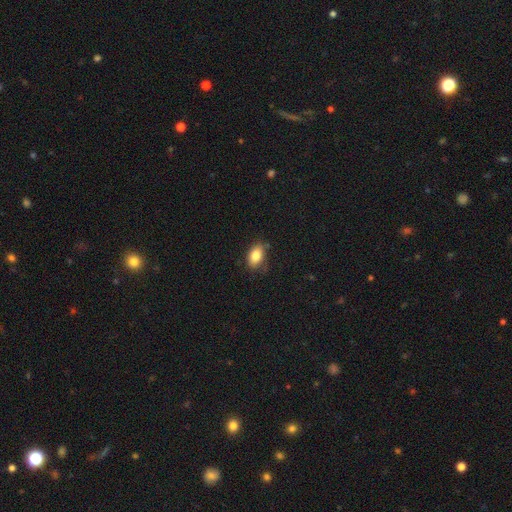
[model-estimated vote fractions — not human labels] A smooth galaxy with no disk features (84%) that is in between round and cigar-shaped (88%). Merging: none (74%).